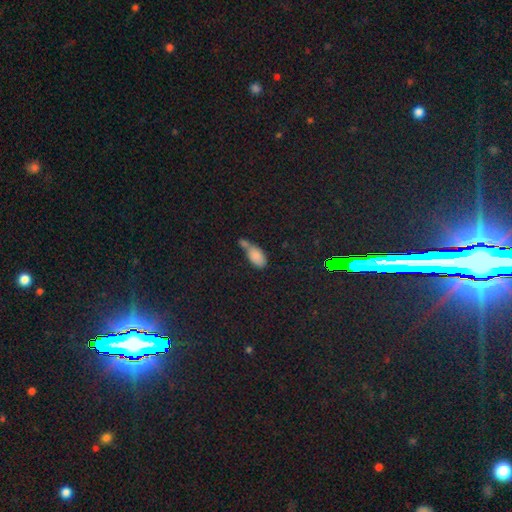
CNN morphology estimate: The model was most divided on "merging": merger: 49%, none: 25%, minor disturbance: 17%, major disturbance: 9%. More confident: how rounded — in between (89%); smooth or featured — smooth (78%).